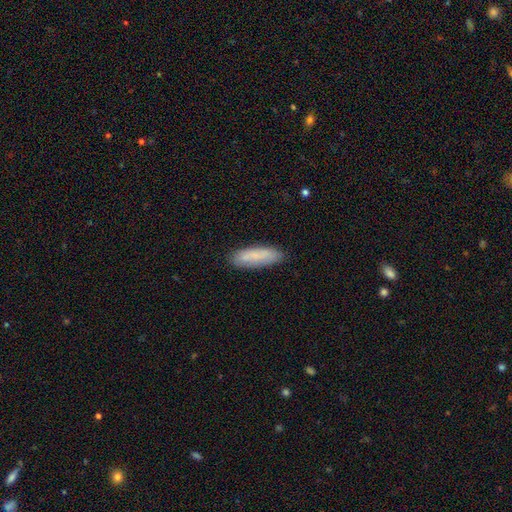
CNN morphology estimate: Smooth or featured: smooth — 76% (featured or disk — 17%)
How rounded: cigar-shaped — 56% (in between — 42%)
Merging: none — 82% (minor disturbance — 14%)